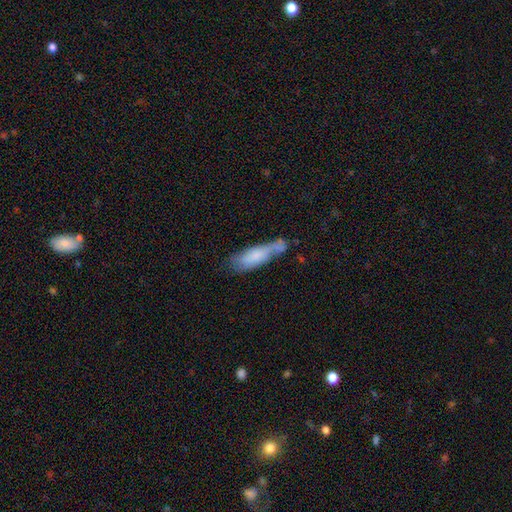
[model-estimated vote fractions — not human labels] This appears to be a smooth galaxy with no disk features (68%) that is cigar-shaped (50%). Merging: none (38%).